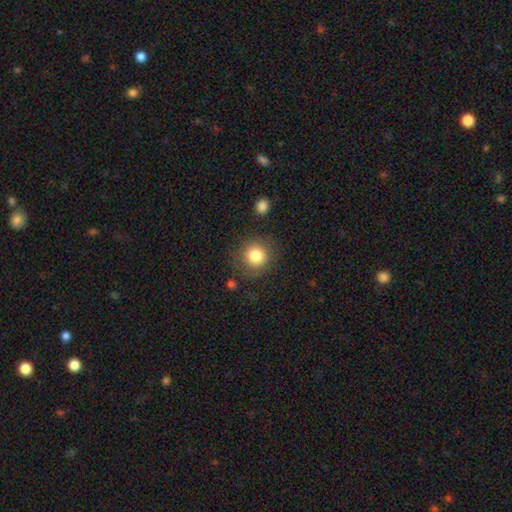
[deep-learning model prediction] The model was most divided on "merging": none: 81%, minor disturbance: 11%, major disturbance: 5%, merger: 3%. More confident: how rounded — round (89%); smooth or featured — smooth (83%).